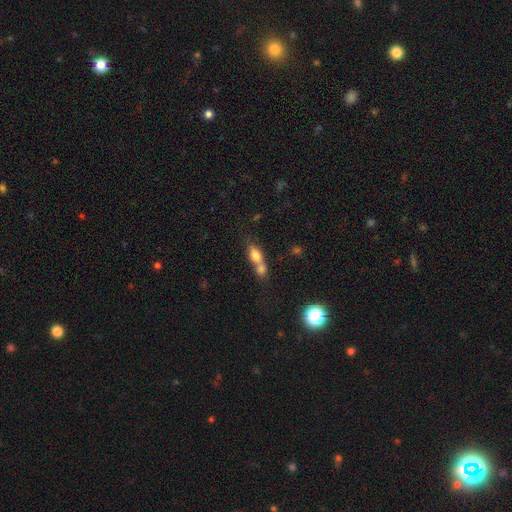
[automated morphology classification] The model was most divided on "how rounded": in between: 64%, round: 23%, cigar-shaped: 13%. More confident: smooth or featured — smooth (72%); merging — merger (69%).